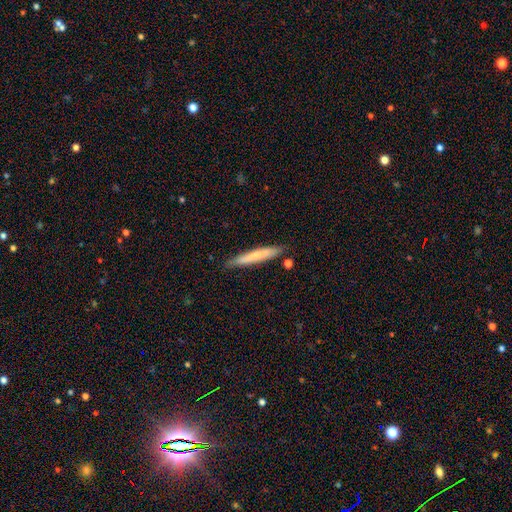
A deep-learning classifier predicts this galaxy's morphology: Smooth or featured? Predicted: smooth (p=0.63). How rounded? Predicted: cigar-shaped (p=0.94). Merging? Predicted: none (p=0.84).